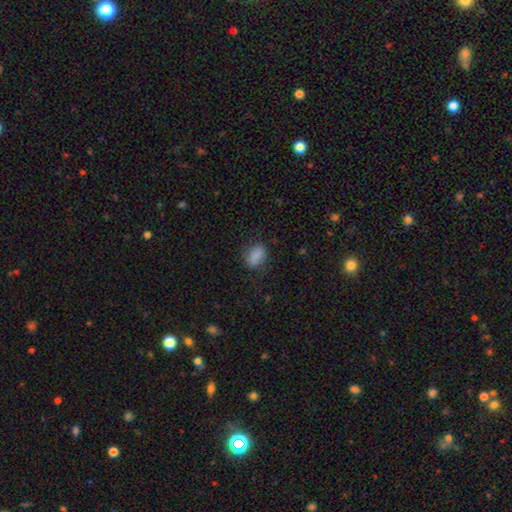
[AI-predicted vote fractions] smooth 86%, star or artifact 9%, featured or disk 6%. Down the decision tree: how rounded — in between (82%); merging — none (74%).